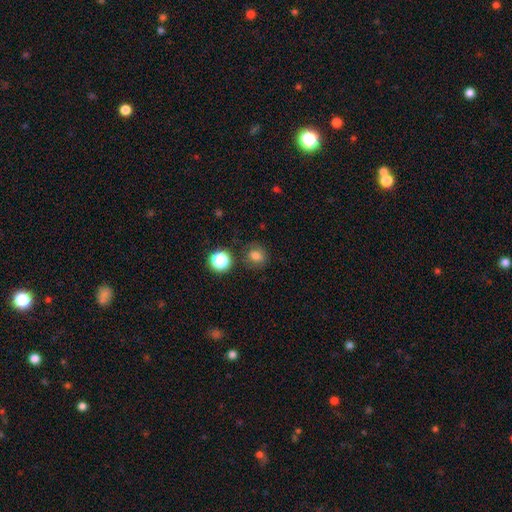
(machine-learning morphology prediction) smooth_or_featured: smooth (p=0.77) [alt: star or artifact p=0.15]
how_rounded: round (p=0.70) [alt: in between p=0.29]
merging: none (p=0.76) [alt: minor disturbance p=0.14]